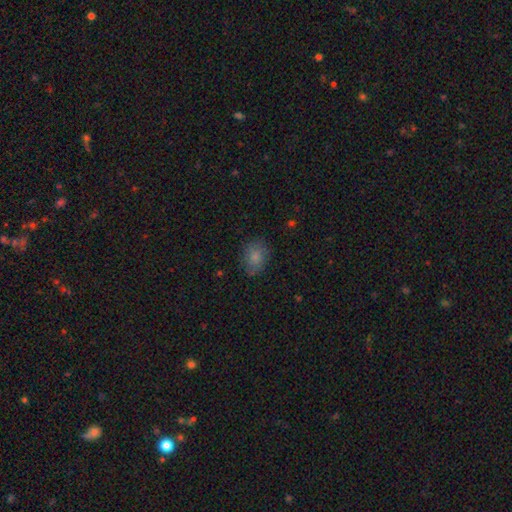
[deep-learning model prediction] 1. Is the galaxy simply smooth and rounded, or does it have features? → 70% smooth, 15% star or artifact, 14% featured or disk.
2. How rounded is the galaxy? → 53% in between, 46% round, 1% cigar-shaped.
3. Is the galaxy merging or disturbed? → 79% none, 16% minor disturbance, 4% major disturbance, 1% merger.